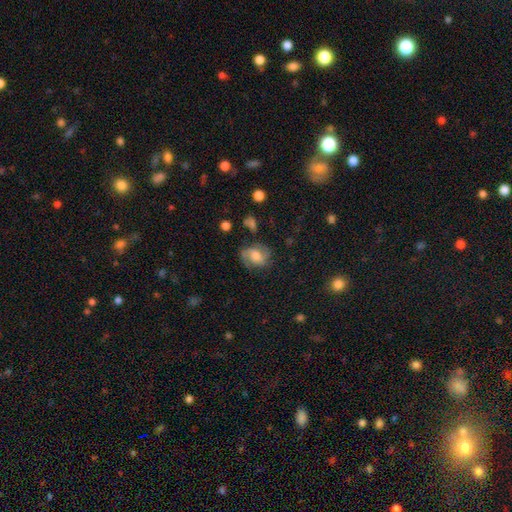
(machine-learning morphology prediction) Overall: featured or disk (60%; smooth 31%). Edge-on disk: no (97%). Bar: no (52%; weak 38%). Spiral arms: yes (89%). Spiral arm count: 2 (80%). Spiral winding: medium (49%; tight 28%). Bulge size: moderate (50%; small 23%). Merging: none (67%).